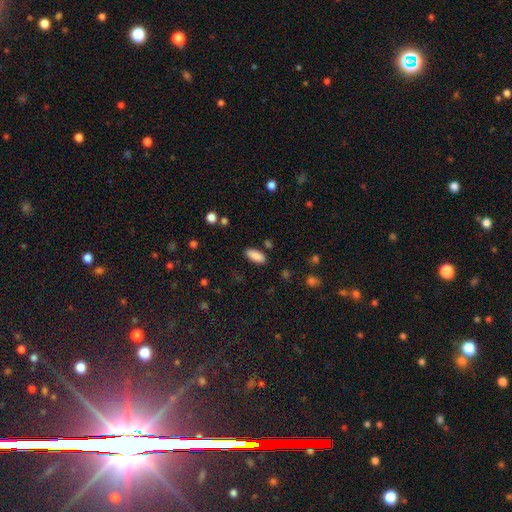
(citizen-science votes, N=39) smooth-or-featured: smooth: 97% | star or artifact: 3% | featured or disk: 0%
  how-rounded: in between: 79% | cigar-shaped: 18% | round: 3%
  merging: none: 95% | minor disturbance: 3% | major disturbance: 3% | merger: 0%